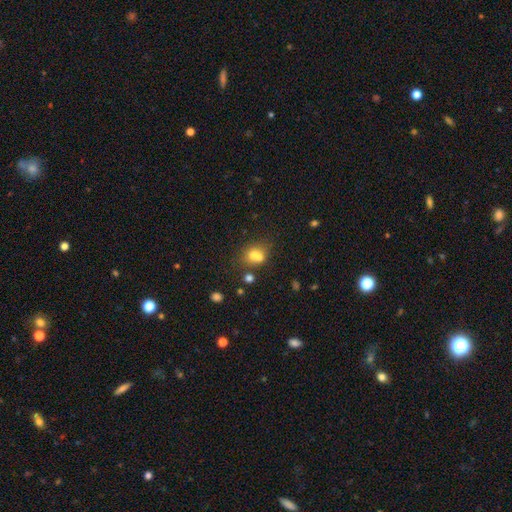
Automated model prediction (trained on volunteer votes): Smooth or featured? Predicted: smooth (p=0.70). How rounded? Predicted: round (p=0.55). Merging? Predicted: merger (p=0.44).